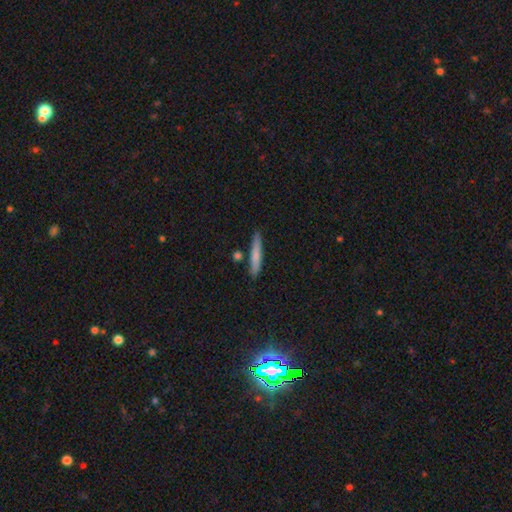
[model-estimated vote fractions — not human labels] A smooth galaxy with no disk features (74%) that is cigar-shaped (93%).

Vote fractions:
- Smooth or featured? smooth: 74% / featured or disk: 20% / star or artifact: 6%
- How rounded? cigar-shaped: 93% / in between: 6% / round: 2%
- Merging? none: 84% / minor disturbance: 10% / merger: 5% / major disturbance: 2%